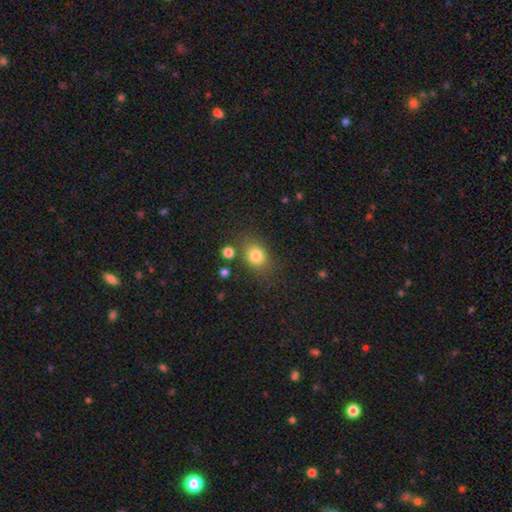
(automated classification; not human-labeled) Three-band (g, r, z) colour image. It shows a smooth galaxy with no disk features (81%) that is round (50%). Merging: none (72%).